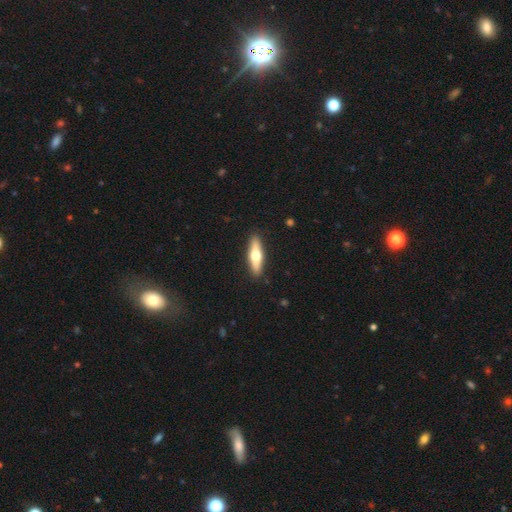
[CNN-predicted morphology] type=smooth (48%); merging=none (90%).